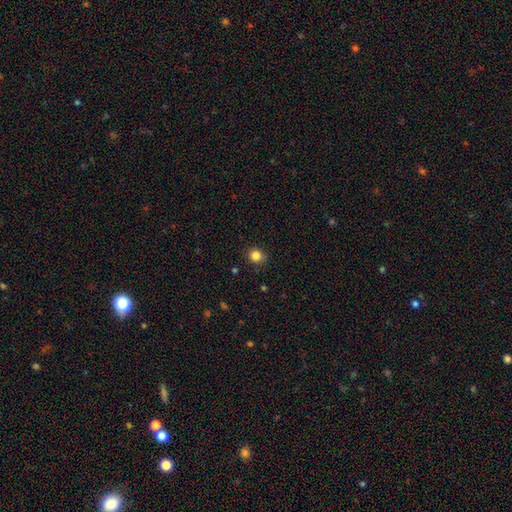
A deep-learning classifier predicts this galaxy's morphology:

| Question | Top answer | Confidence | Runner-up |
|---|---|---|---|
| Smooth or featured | smooth | 84% | star or artifact (11%) |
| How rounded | round | 77% | in between (22%) |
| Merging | none | 86% | minor disturbance (10%) |